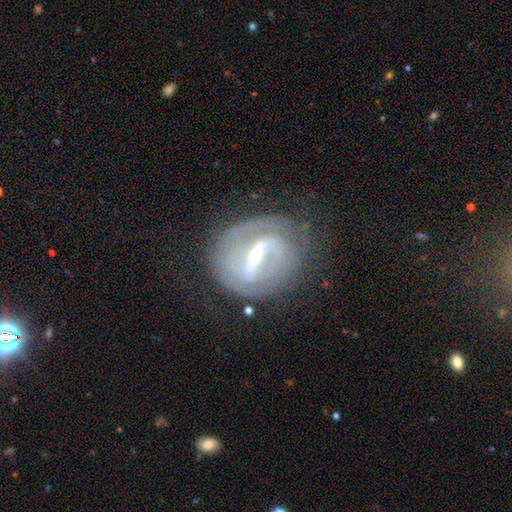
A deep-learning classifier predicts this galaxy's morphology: This appears to be a featured or disk galaxy (83%) with a strong bar (75%), 2 (46%) tight (66%) spiral arms (76%) and a small central bulge (48%). Merging: none (67%).